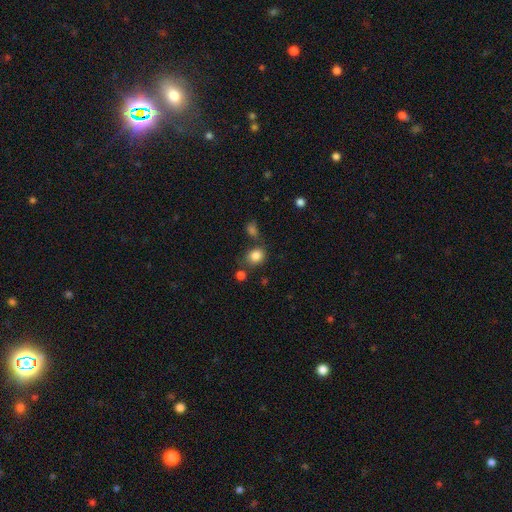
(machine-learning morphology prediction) Smooth or featured? Predicted: smooth (p=0.84). How rounded? Predicted: round (p=0.66). Merging? Predicted: none (p=0.69).